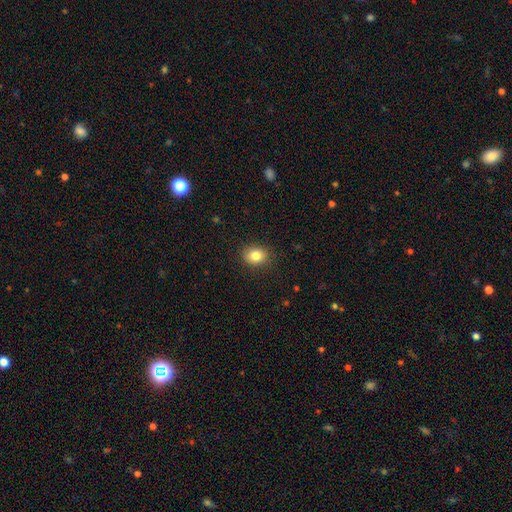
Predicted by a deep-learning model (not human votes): smooth_or_featured: smooth (p=0.83) [alt: star or artifact p=0.10]
how_rounded: in between (p=0.52) [alt: round p=0.47]
merging: none (p=0.87) [alt: minor disturbance p=0.09]